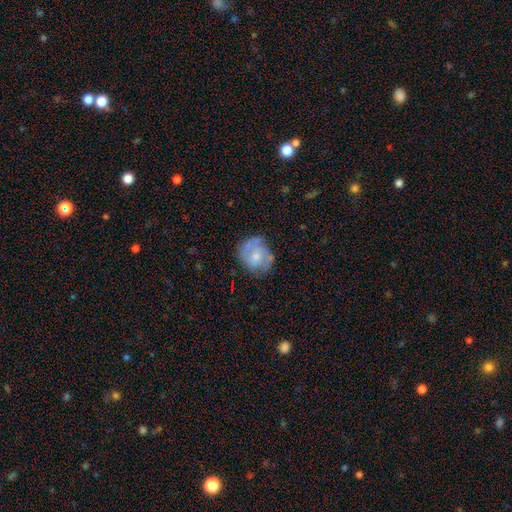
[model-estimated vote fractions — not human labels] Smooth or featured? Predicted: featured or disk (p=0.51). Edge-on disk? Predicted: no (p=0.97). Bar? Predicted: no (p=0.67). Spiral arms? Predicted: yes (p=0.72). Bulge size? Predicted: moderate (p=0.48). Merging? Predicted: none (p=0.62).